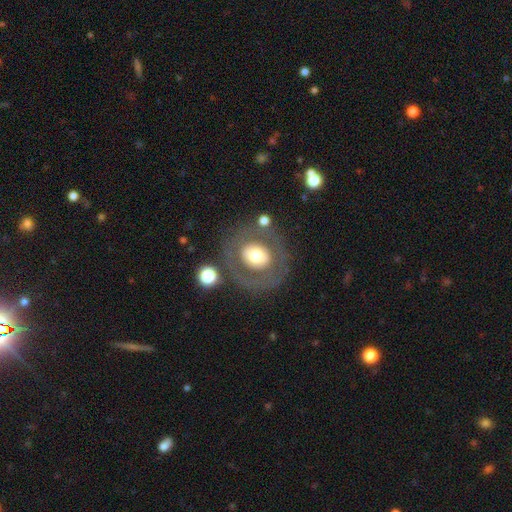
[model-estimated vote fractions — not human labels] smooth-or-featured: smooth: 50% | featured or disk: 42% | star or artifact: 8%
  merging: none: 75% | minor disturbance: 11% | major disturbance: 9% | merger: 4%